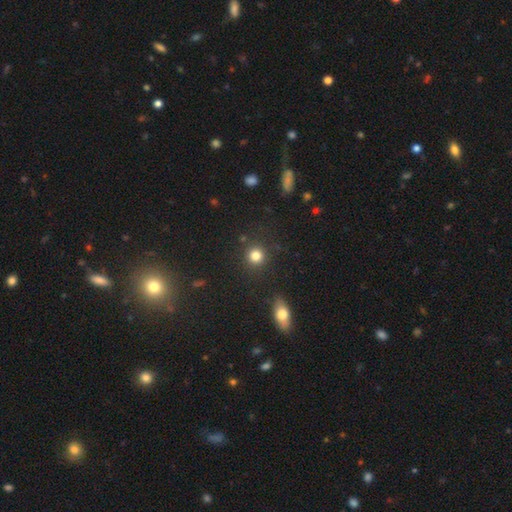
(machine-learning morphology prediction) smooth-or-featured: smooth: 83% | star or artifact: 12% | featured or disk: 5%
  how-rounded: round: 91% | in between: 8% | cigar-shaped: 1%
  merging: none: 87% | minor disturbance: 7% | merger: 3% | major disturbance: 3%